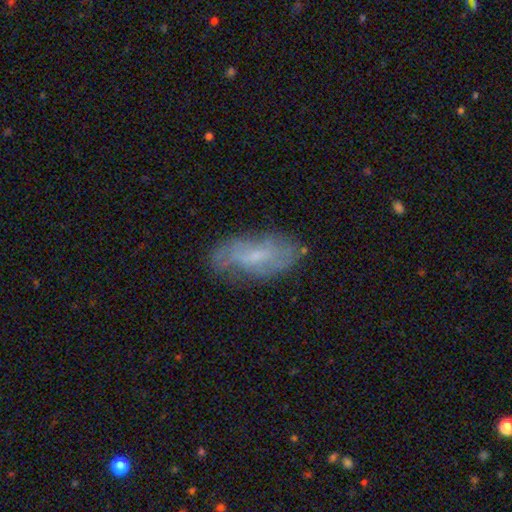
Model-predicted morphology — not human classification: Smooth or featured? Predicted: featured or disk (p=0.55). Edge-on disk? Predicted: no (p=0.89). Merging? Predicted: none (p=0.67).